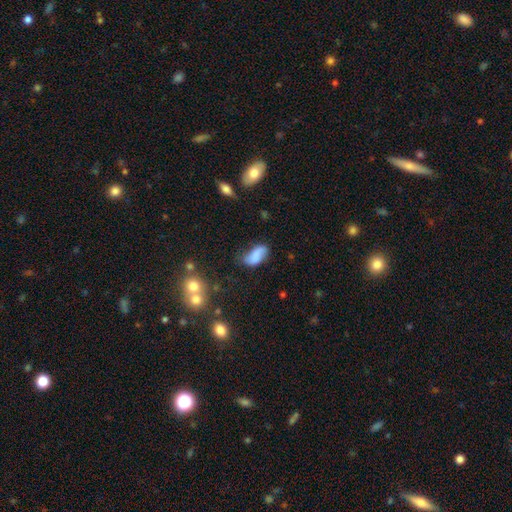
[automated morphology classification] A smooth galaxy with no disk features (70%) that is in between round and cigar-shaped (91%).

Vote fractions:
- Smooth or featured? smooth: 70% / featured or disk: 21% / star or artifact: 10%
- How rounded? in between: 91% / cigar-shaped: 5% / round: 4%
- Merging? none: 47% / minor disturbance: 33% / major disturbance: 14% / merger: 6%